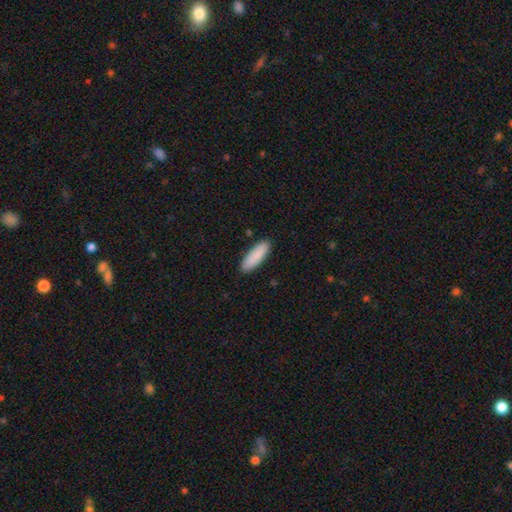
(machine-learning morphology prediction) Smooth or featured? smooth (88%)
How rounded? cigar-shaped (51%)
Merging? none (89%)